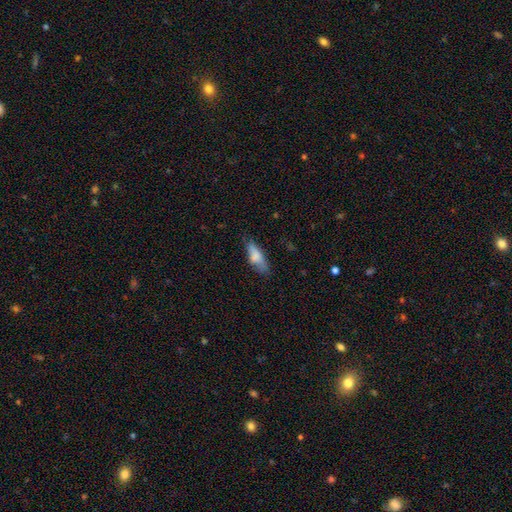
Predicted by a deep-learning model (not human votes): Morphology: type=smooth (76%); roundness=in between (60%); merging=none (60%).